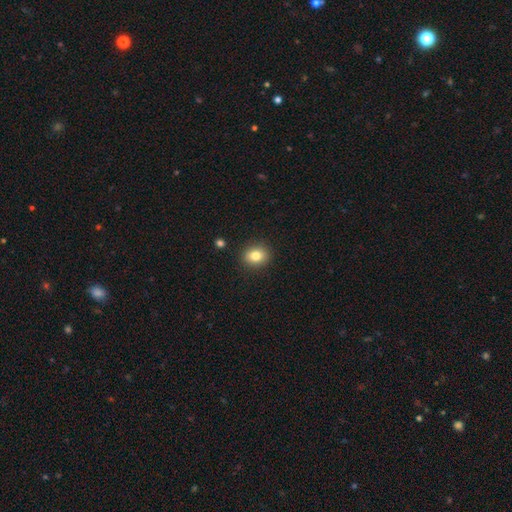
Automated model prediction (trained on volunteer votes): smooth_or_featured: smooth (p=0.81) [alt: star or artifact p=0.10]
how_rounded: round (p=0.63) [alt: in between p=0.36]
merging: none (p=0.90) [alt: minor disturbance p=0.07]